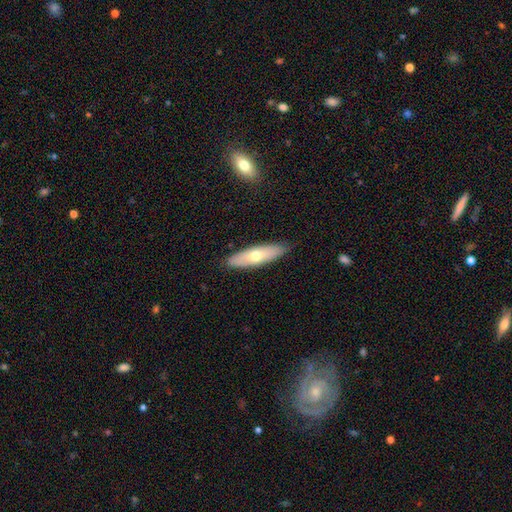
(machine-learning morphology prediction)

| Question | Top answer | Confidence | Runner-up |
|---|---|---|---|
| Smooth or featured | smooth | 57% | featured or disk (37%) |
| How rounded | cigar-shaped | 56% | in between (42%) |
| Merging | none | 86% | minor disturbance (11%) |